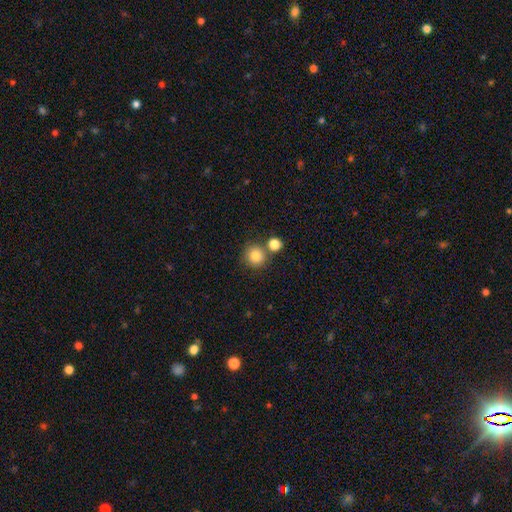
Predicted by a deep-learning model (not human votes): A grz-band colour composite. It shows a smooth galaxy with no disk features (83%) that is round (92%). Merging: none (70%).